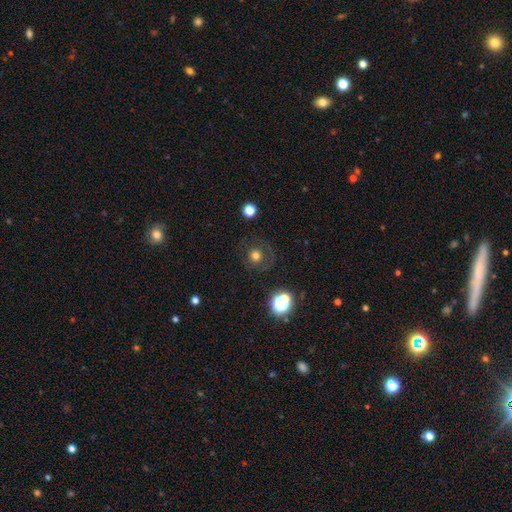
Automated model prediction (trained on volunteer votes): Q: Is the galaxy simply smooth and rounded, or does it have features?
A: smooth — 63%.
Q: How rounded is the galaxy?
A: round — 93%.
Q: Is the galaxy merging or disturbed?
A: none — 75%.